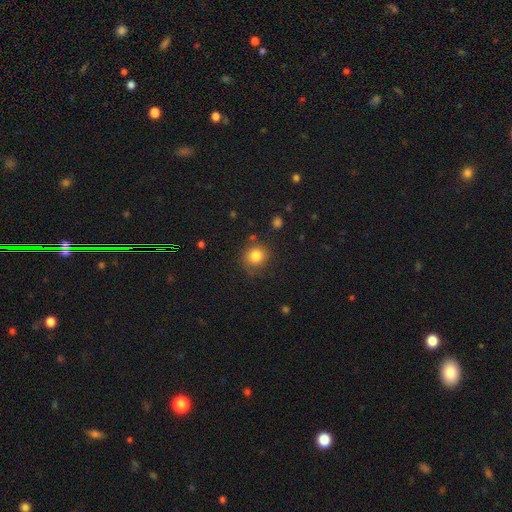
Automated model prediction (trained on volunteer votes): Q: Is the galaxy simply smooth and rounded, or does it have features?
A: smooth — 82%.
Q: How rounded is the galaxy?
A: round — 88%.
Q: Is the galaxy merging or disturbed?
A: none — 81%.